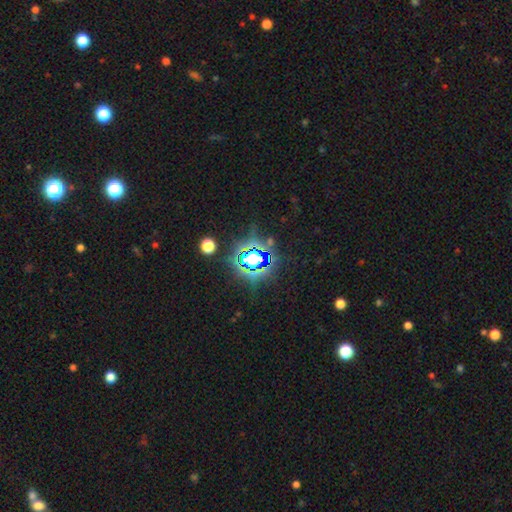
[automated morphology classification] Smooth or featured? Predicted: star or artifact (p=0.72).